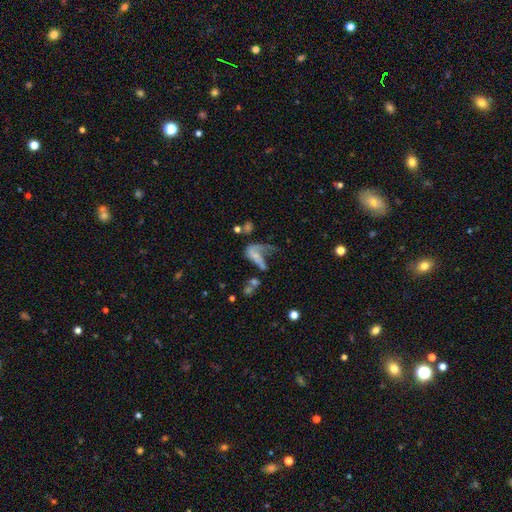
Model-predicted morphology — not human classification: smooth-or-featured: featured or disk: 53% | smooth: 34% | star or artifact: 13%
  disk-edge-on: no: 94% | yes: 6%
    bar: no: 67% | weak: 23% | strong: 10%
    has-spiral-arms: no: 51% | yes: 49%
    bulge-size: small: 41% | none: 38% | moderate: 16% | large: 3% | dominant: 2%
  merging: major disturbance: 48% | merger: 23% | none: 17% | minor disturbance: 12%